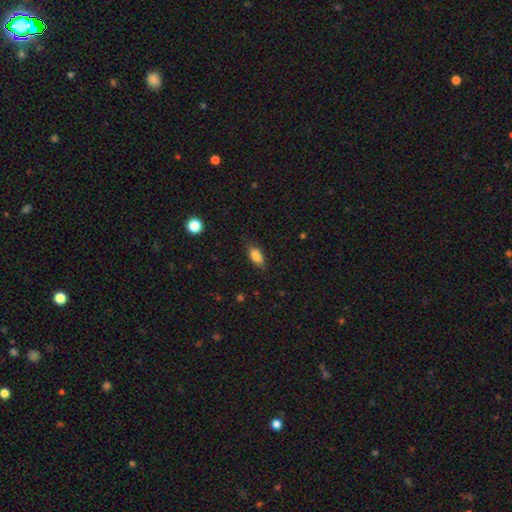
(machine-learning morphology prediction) smooth 81%, featured or disk 11%, star or artifact 8%. Down the decision tree: how rounded — in between (84%); merging — none (78%).